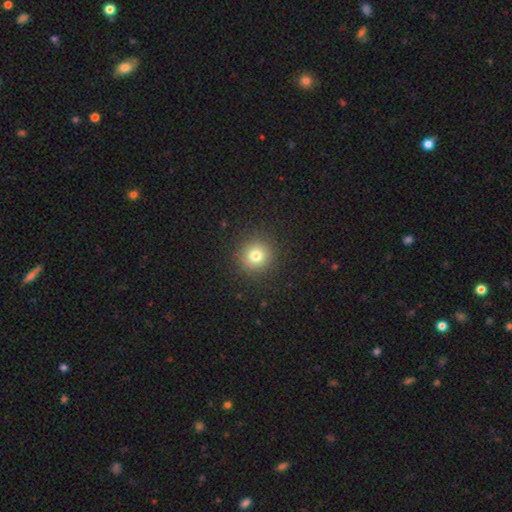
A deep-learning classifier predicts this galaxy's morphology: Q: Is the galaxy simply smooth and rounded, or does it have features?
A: smooth — 77%.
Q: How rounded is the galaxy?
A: round — 93%.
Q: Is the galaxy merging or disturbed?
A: none — 90%.